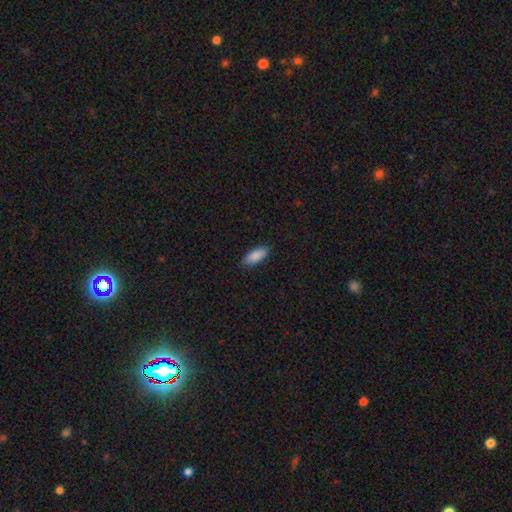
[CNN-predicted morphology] A smooth galaxy with no disk features (88%) that is in between round and cigar-shaped (72%).

Vote fractions:
- Smooth or featured? smooth: 88% / star or artifact: 6% / featured or disk: 6%
- How rounded? in between: 72% / cigar-shaped: 27% / round: 2%
- Merging? none: 87% / minor disturbance: 11% / major disturbance: 2% / merger: 1%